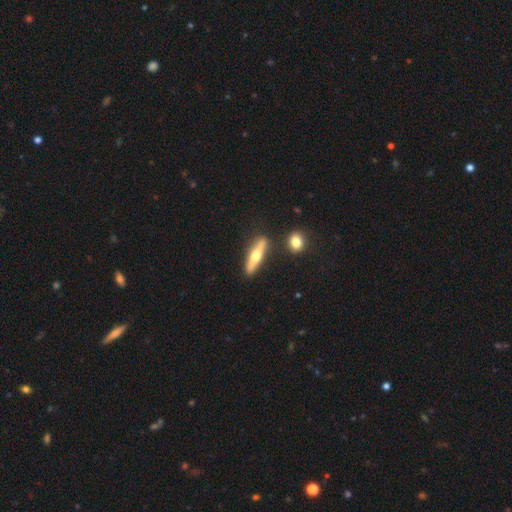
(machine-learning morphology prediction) Overall: featured or disk (53%; smooth 42%). Edge-on disk: yes (92%). Merging: none (82%).